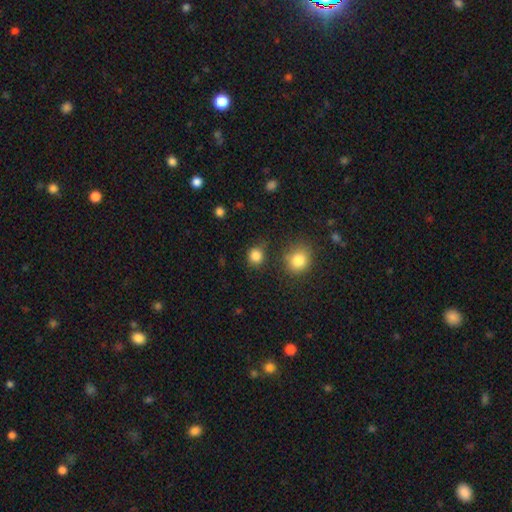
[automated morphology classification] smooth_or_featured: smooth (p=0.84) [alt: star or artifact p=0.12]
how_rounded: round (p=0.83) [alt: in between p=0.16]
merging: none (p=0.76) [alt: minor disturbance p=0.14]